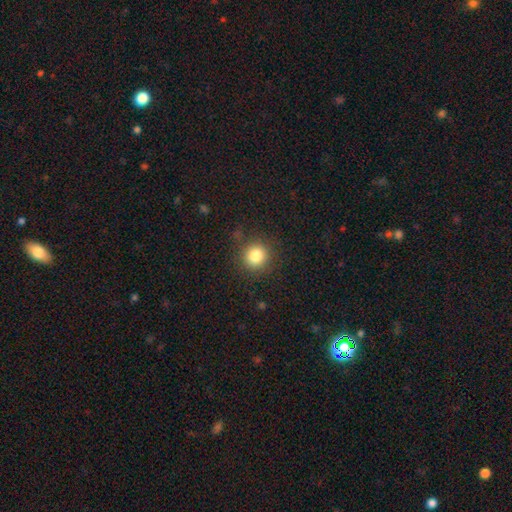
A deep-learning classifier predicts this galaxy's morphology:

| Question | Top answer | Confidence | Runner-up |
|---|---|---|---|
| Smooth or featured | smooth | 83% | star or artifact (11%) |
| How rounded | round | 91% | in between (8%) |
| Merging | none | 87% | minor disturbance (8%) |